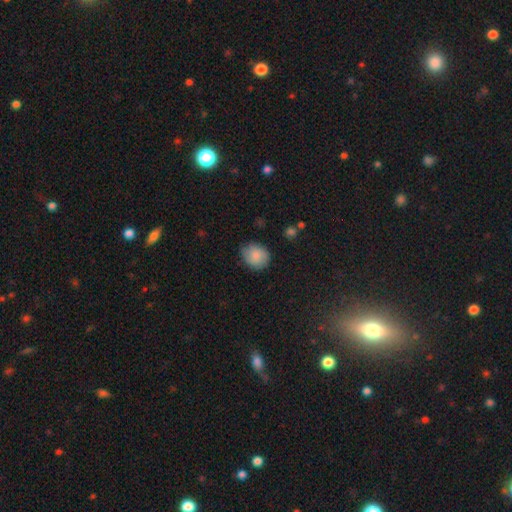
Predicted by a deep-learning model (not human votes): This appears to be a smooth galaxy with no disk features (84%) that is round (61%). Merging: none (72%).